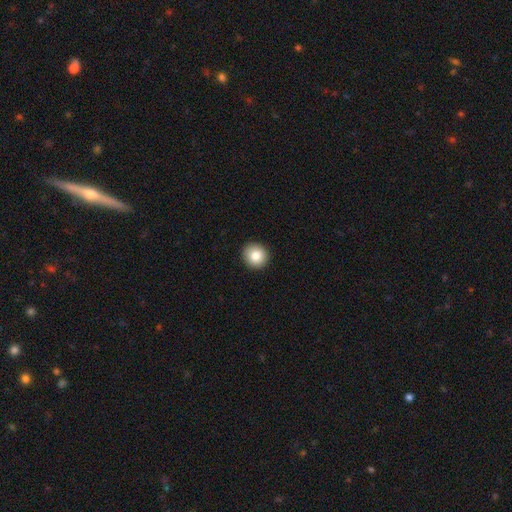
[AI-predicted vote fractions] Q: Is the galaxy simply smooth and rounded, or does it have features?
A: smooth — 83%.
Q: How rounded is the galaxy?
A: round — 93%.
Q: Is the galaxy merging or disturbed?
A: none — 93%.